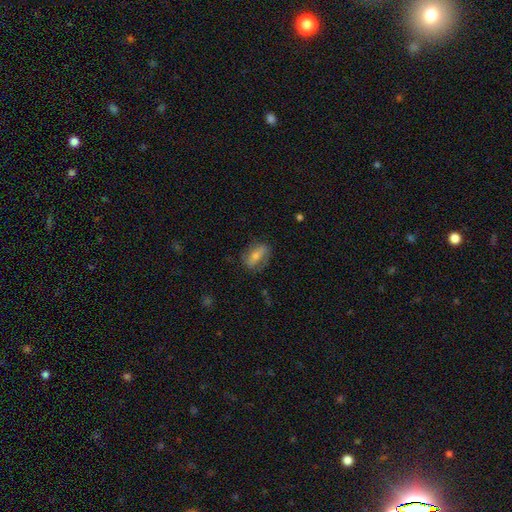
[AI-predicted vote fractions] Smooth or featured?
  - smooth: 47% *
  - featured or disk: 44%
  - star or artifact: 9%
Merging?
  - none: 74% *
  - minor disturbance: 18%
  - major disturbance: 7%
  - merger: 1%